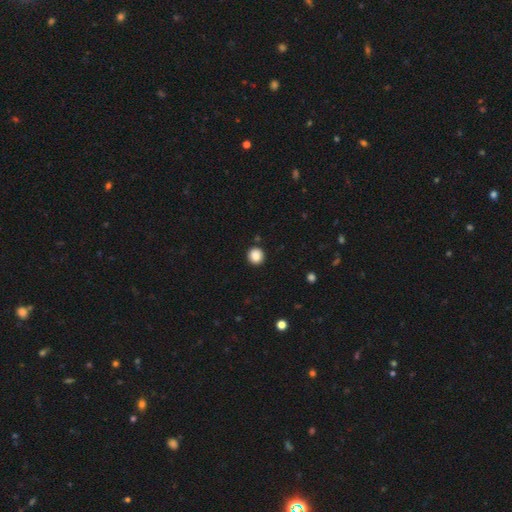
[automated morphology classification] A smooth galaxy with no disk features (87%) that is round (92%). Merging: none (91%).